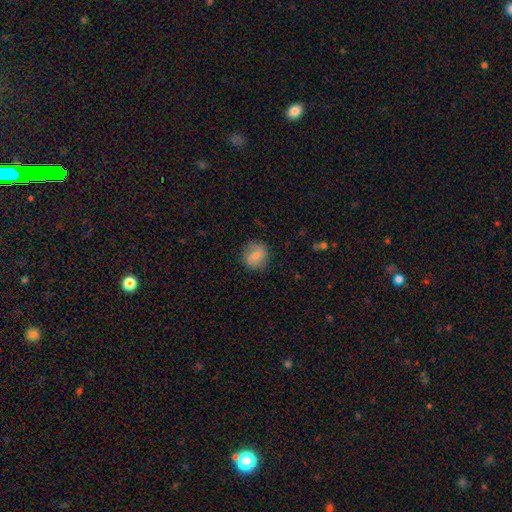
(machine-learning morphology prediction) This is likely a smooth galaxy (68%). How rounded: clearly round (84%). Merging: likely none (79%).